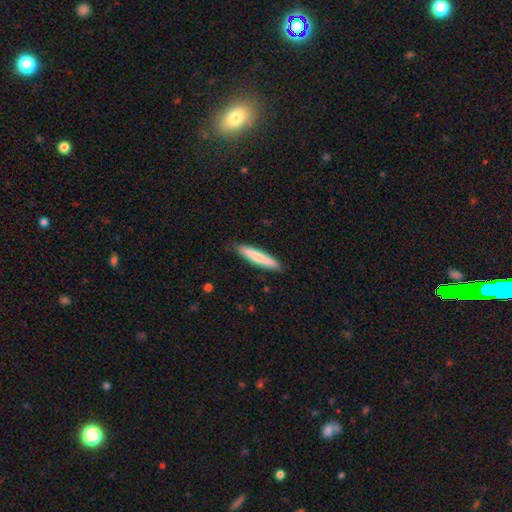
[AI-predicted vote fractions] A smooth galaxy with no disk features (75%) that is cigar-shaped (93%).

Vote fractions:
- Smooth or featured? smooth: 75% / featured or disk: 19% / star or artifact: 6%
- How rounded? cigar-shaped: 93% / in between: 6% / round: 1%
- Merging? none: 89% / minor disturbance: 8% / major disturbance: 2% / merger: 1%